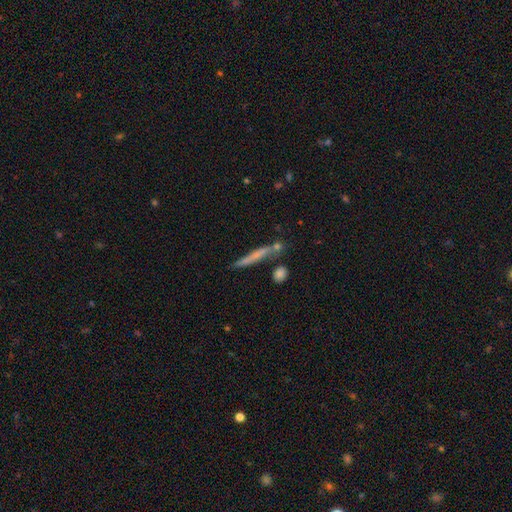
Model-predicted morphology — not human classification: smooth-or-featured: smooth: 54% | featured or disk: 37% | star or artifact: 8%
  how-rounded: cigar-shaped: 93% | in between: 4% | round: 3%
  merging: none: 75% | minor disturbance: 12% | merger: 9% | major disturbance: 4%